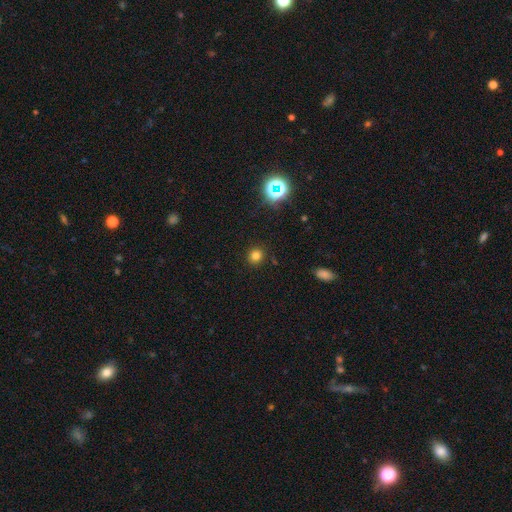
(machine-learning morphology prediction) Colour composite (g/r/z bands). It shows a smooth galaxy with no disk features (77%) that is round (89%). Merging: none (90%).